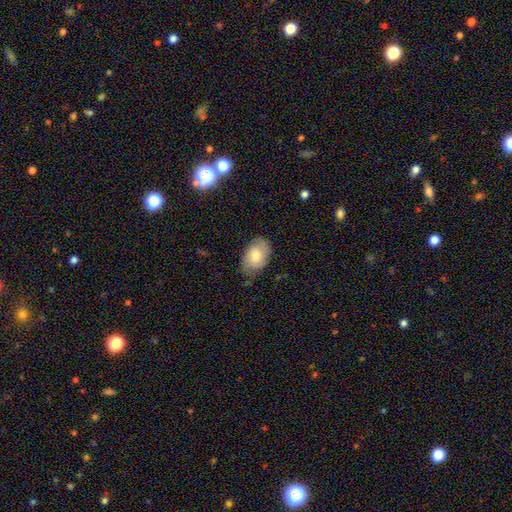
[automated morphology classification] This appears to be a smooth galaxy with no disk features (68%) that is in between round and cigar-shaped (88%). Merging: none (72%).